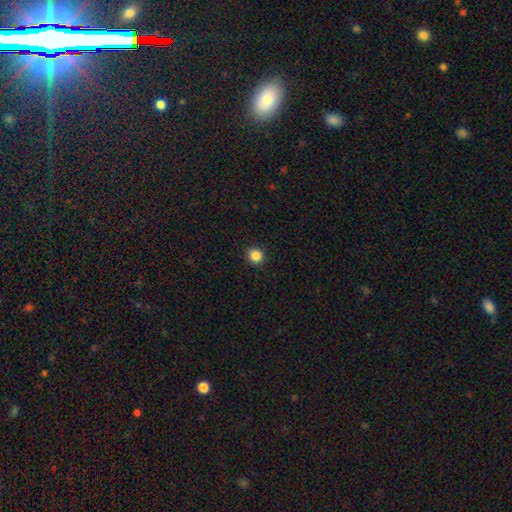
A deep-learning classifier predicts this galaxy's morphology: Smooth or featured? smooth (86%)
How rounded? round (89%)
Merging? none (91%)